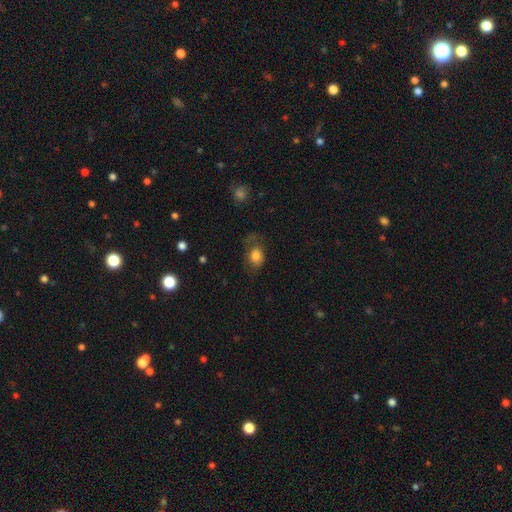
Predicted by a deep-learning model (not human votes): smooth-or-featured: smooth: 77% | featured or disk: 14% | star or artifact: 9%
  how-rounded: in between: 60% | round: 39% | cigar-shaped: 1%
  merging: none: 49% | minor disturbance: 25% | major disturbance: 24% | merger: 2%